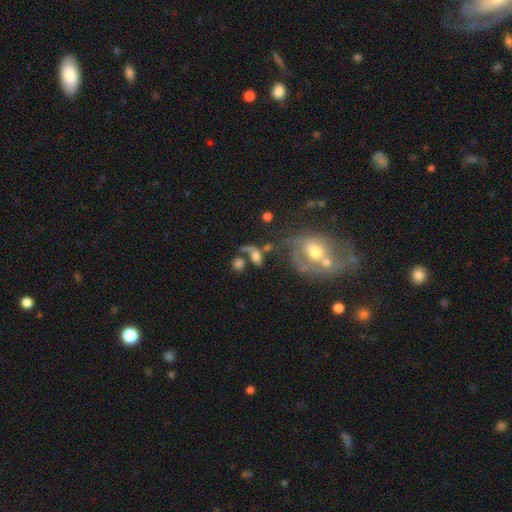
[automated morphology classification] Smooth or featured? Predicted: smooth (p=0.51). How rounded? Predicted: in between (p=0.67). Merging? Predicted: merger (p=0.34).